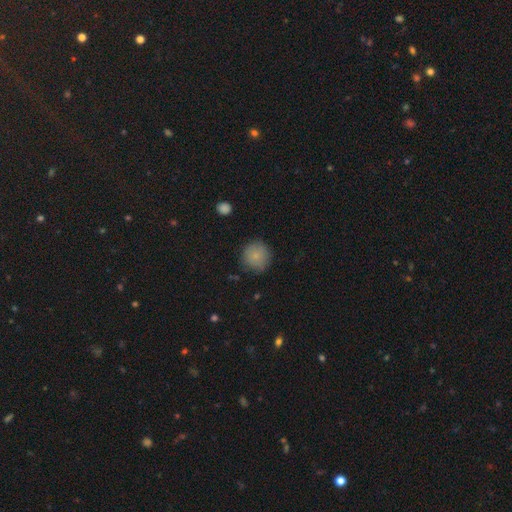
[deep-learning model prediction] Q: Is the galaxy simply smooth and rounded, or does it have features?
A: smooth — 82%.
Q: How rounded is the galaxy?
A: round — 93%.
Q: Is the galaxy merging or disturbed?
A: none — 81%.